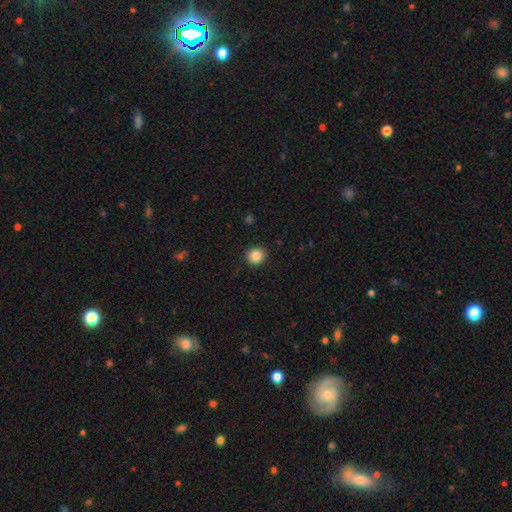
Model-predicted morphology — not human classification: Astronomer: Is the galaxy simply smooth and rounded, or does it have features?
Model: smooth — 86%.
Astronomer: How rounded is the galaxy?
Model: round — 89%.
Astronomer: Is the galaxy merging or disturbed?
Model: none — 91%.